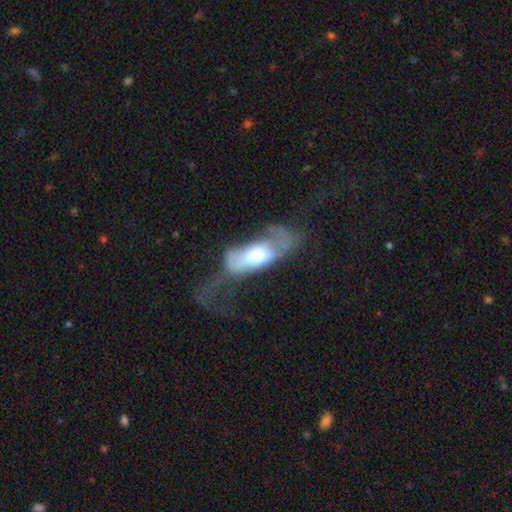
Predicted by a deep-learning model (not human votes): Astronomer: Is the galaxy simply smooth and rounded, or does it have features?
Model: smooth — 51% (runner-up: featured or disk, 42%).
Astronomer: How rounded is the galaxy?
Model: in between — 82%.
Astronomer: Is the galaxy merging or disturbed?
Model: major disturbance — 60%.